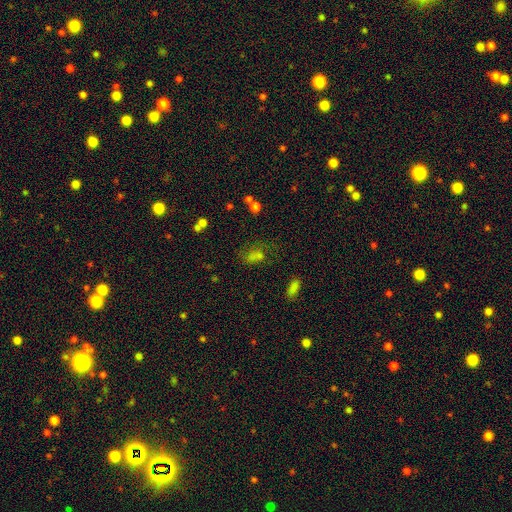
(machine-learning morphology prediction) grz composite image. It shows a smooth galaxy with no disk features (64%) that is in between round and cigar-shaped (73%). Merging: none (42%).